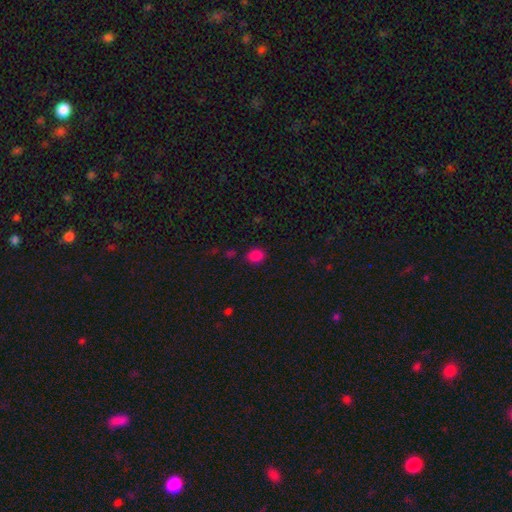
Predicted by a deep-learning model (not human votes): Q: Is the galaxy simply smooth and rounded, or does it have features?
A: smooth — 83%.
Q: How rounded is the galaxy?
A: in between — 50%.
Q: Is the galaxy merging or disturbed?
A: none — 83%.